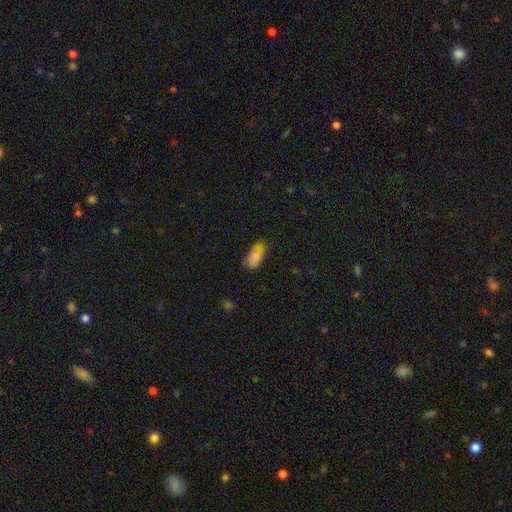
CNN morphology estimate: Q: Smooth or featured?
A: smooth (81%); runner-up: featured or disk (10%)
Q: How rounded?
A: in between (90%); runner-up: cigar-shaped (7%)
Q: Merging?
A: none (67%); runner-up: minor disturbance (24%)